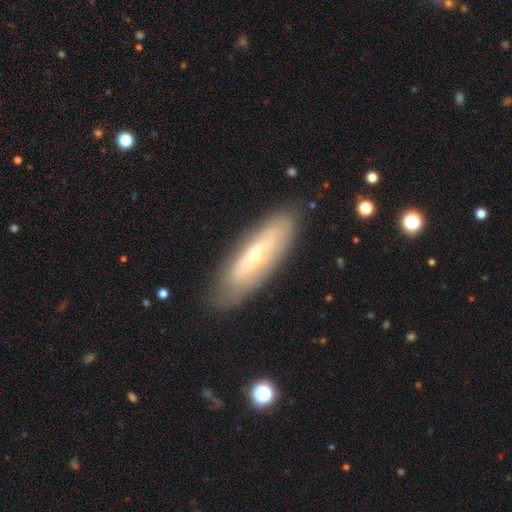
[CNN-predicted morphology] smooth-or-featured: featured or disk: 56% | smooth: 37% | star or artifact: 7%
  disk-edge-on: no: 67% | yes: 33%
  merging: none: 83% | minor disturbance: 12% | major disturbance: 3% | merger: 1%